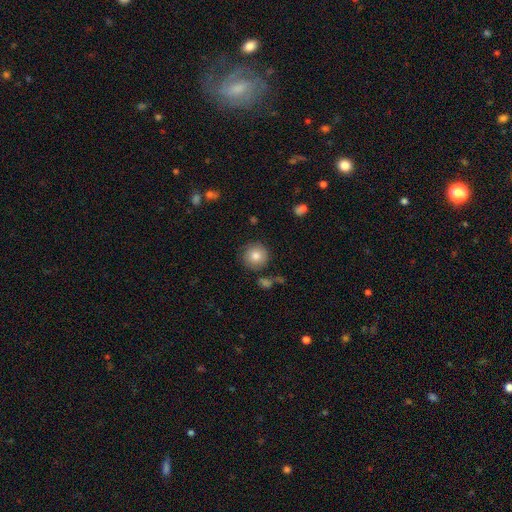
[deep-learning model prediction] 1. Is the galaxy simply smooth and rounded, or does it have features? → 82% smooth, 9% featured or disk, 9% star or artifact.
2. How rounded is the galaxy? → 94% round, 5% in between, 1% cigar-shaped.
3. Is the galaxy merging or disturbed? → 84% none, 9% minor disturbance, 4% merger, 3% major disturbance.